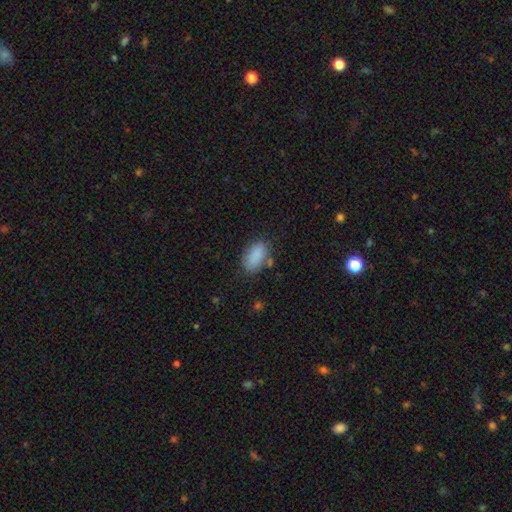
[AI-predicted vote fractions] The model was most divided on "merging": none: 74%, minor disturbance: 16%, merger: 6%, major disturbance: 5%. More confident: how rounded — in between (92%); smooth or featured — smooth (87%).